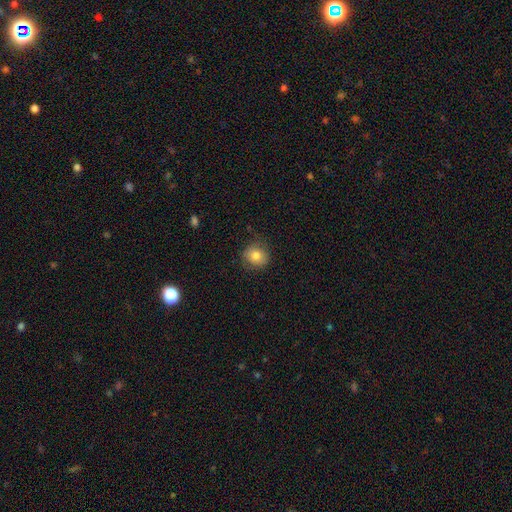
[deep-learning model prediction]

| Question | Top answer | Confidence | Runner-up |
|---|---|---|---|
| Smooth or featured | smooth | 80% | star or artifact (10%) |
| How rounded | round | 82% | in between (18%) |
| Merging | none | 82% | minor disturbance (13%) |